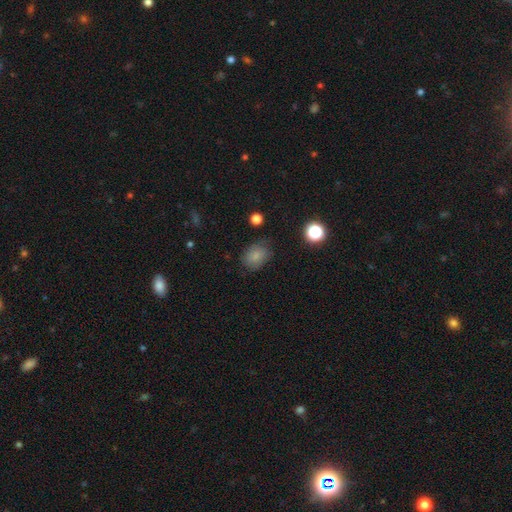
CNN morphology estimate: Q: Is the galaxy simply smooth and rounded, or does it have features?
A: smooth — 80%.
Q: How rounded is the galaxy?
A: in between — 64%.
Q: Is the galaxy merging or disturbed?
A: none — 69%.